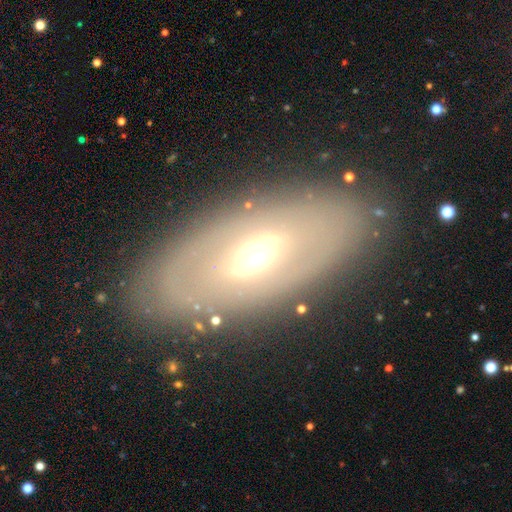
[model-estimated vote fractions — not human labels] Smooth or featured?
  - featured or disk: 64% *
  - smooth: 26%
  - star or artifact: 9%
Edge-on disk?
  - no: 80% *
  - yes: 20%
Bar?
  - no: 42% *
  - weak: 35%
  - strong: 24%
Spiral arms?
  - no: 67% *
  - yes: 33%
Bulge size?
  - moderate: 66% *
  - large: 15%
  - small: 15%
  - dominant: 2%
  - none: 1%
Merging?
  - none: 82% *
  - minor disturbance: 11%
  - major disturbance: 5%
  - merger: 2%